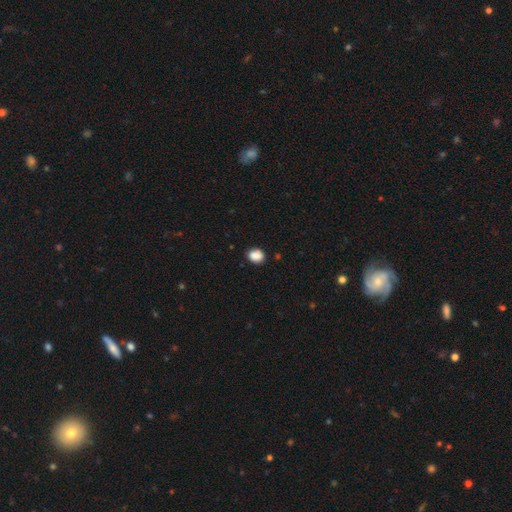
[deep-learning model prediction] Smooth or featured? Predicted: smooth (p=0.87). How rounded? Predicted: in between (p=0.52). Merging? Predicted: none (p=0.81).